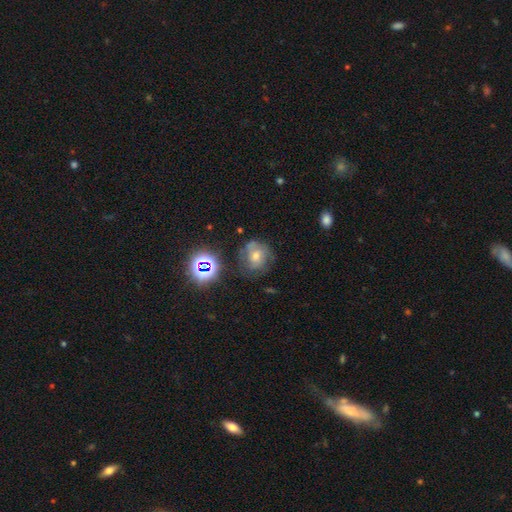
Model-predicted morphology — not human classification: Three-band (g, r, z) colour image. It shows a featured or disk galaxy (41%). Merging: none (59%).